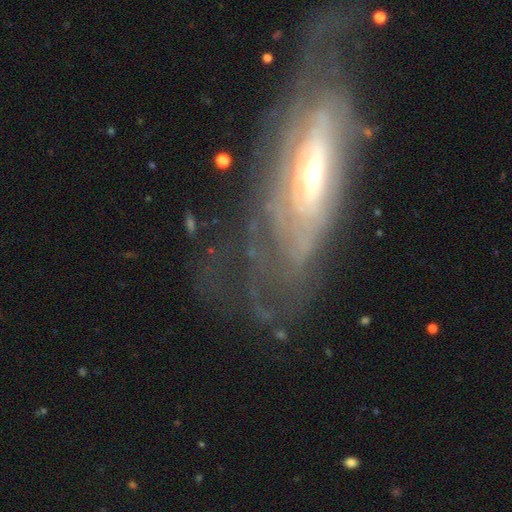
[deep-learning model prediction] A featured or disk galaxy (80%) with no bar (57%), spiral arms (75%) and a small central bulge (47%).

Vote fractions:
- Smooth or featured? featured or disk: 80% / smooth: 12% / star or artifact: 8%
- Edge-on disk? no: 81% / yes: 19%
- Bar? no: 57% / weak: 27% / strong: 17%
- Spiral arms? yes: 75% / no: 25%
- Bulge size? small: 47% / moderate: 45% / large: 6% / dominant: 2% / none: 1%
- Merging? none: 56% / major disturbance: 23% / minor disturbance: 19% / merger: 3%